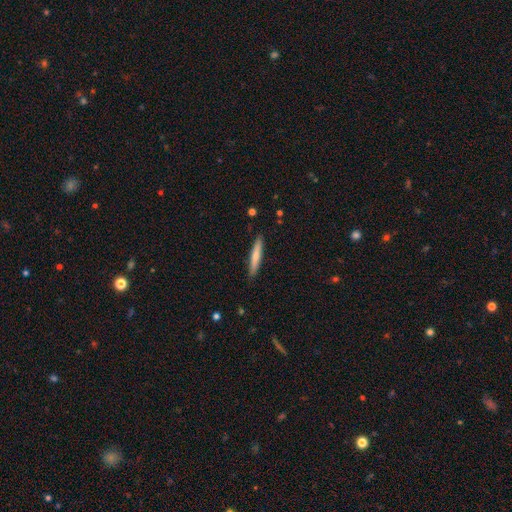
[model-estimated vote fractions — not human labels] smooth_or_featured: smooth (p=0.66) [alt: featured or disk p=0.28]
how_rounded: cigar-shaped (p=0.93) [alt: in between p=0.06]
merging: none (p=0.89) [alt: minor disturbance p=0.08]